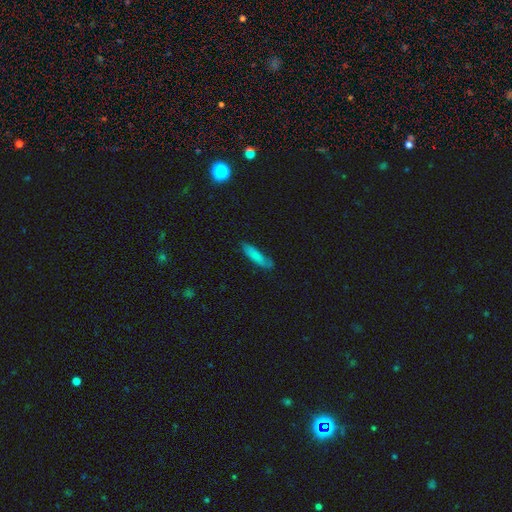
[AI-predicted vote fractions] Overall: smooth (78%). How rounded: cigar-shaped (72%). Merging: none (76%).